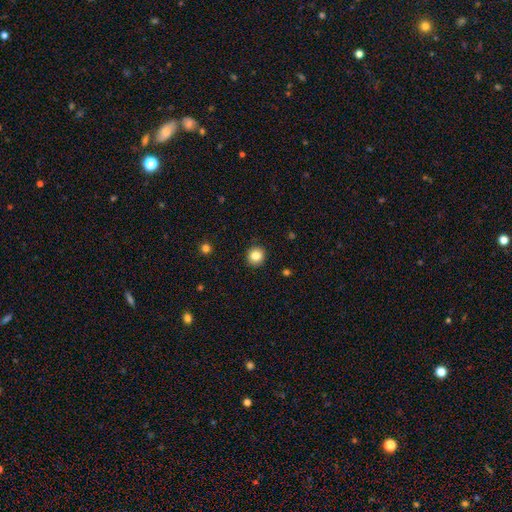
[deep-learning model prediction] A smooth galaxy with no disk features (85%) that is round (90%).

Vote fractions:
- Smooth or featured? smooth: 85% / star or artifact: 10% / featured or disk: 5%
- How rounded? round: 90% / in between: 9% / cigar-shaped: 1%
- Merging? none: 92% / minor disturbance: 6% / major disturbance: 2% / merger: 1%